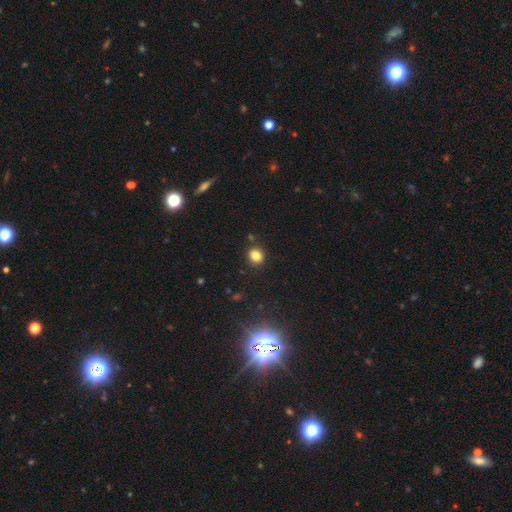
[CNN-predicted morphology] Q: Smooth or featured?
A: smooth (82%); runner-up: star or artifact (12%)
Q: How rounded?
A: round (62%); runner-up: in between (37%)
Q: Merging?
A: none (86%); runner-up: minor disturbance (8%)